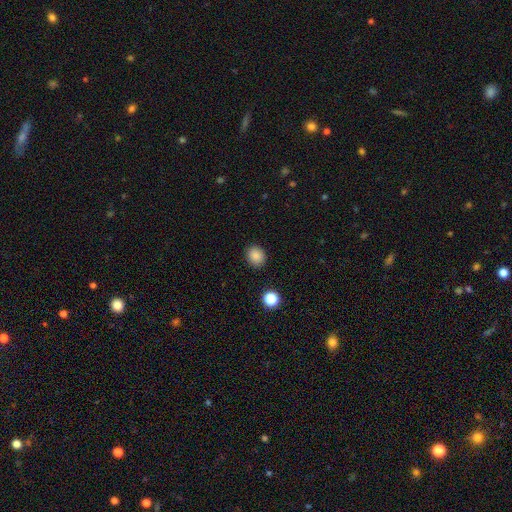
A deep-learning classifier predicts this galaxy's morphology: Q: Smooth or featured?
A: smooth (85%); runner-up: star or artifact (11%)
Q: How rounded?
A: round (66%); runner-up: in between (33%)
Q: Merging?
A: none (88%); runner-up: minor disturbance (8%)